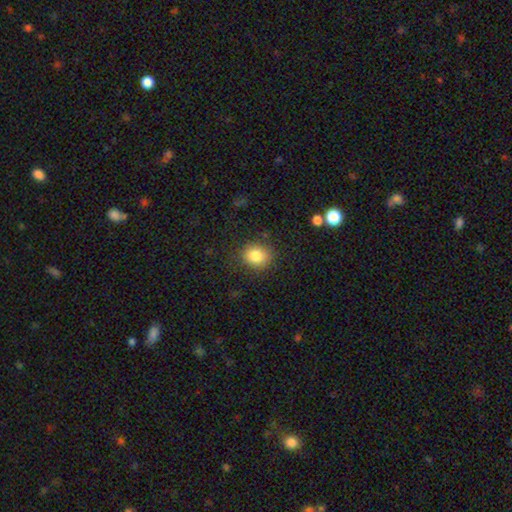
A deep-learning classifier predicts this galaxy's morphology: smooth_or_featured: smooth (p=0.84) [alt: star or artifact p=0.10]
how_rounded: round (p=0.74) [alt: in between p=0.25]
merging: none (p=0.81) [alt: minor disturbance p=0.13]